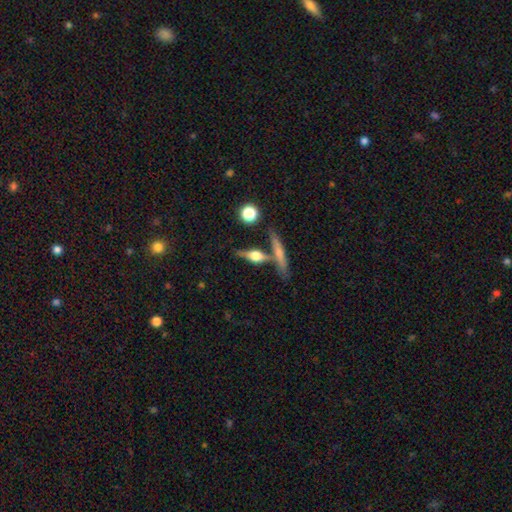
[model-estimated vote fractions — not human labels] This is likely a featured or disk galaxy (64%). It is clearly viewed edge-on (93%). Edge-on bulge: clearly rounded (92%). Merging: likely none (67%).